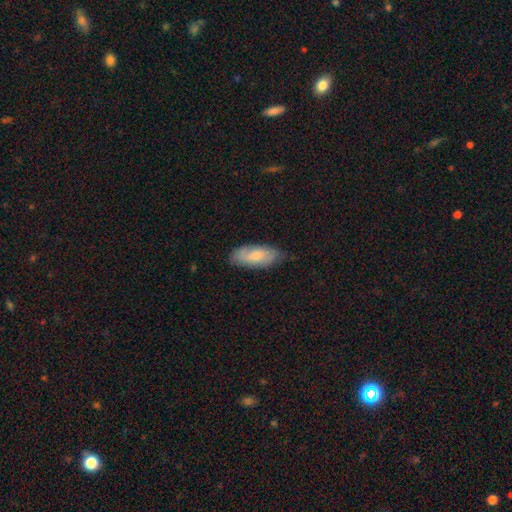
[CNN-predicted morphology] This appears to be a smooth galaxy with no disk features (69%) that is in between round and cigar-shaped (81%). Merging: none (74%).